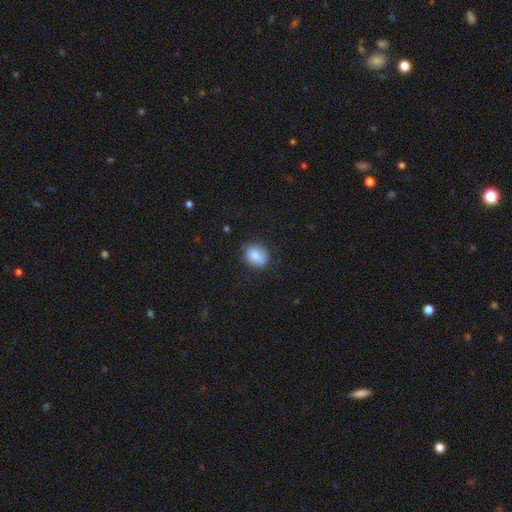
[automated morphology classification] smooth-or-featured: smooth: 84% | star or artifact: 8% | featured or disk: 8%
  how-rounded: round: 50% | in between: 49% | cigar-shaped: 1%
  merging: none: 76% | minor disturbance: 19% | major disturbance: 4% | merger: 1%